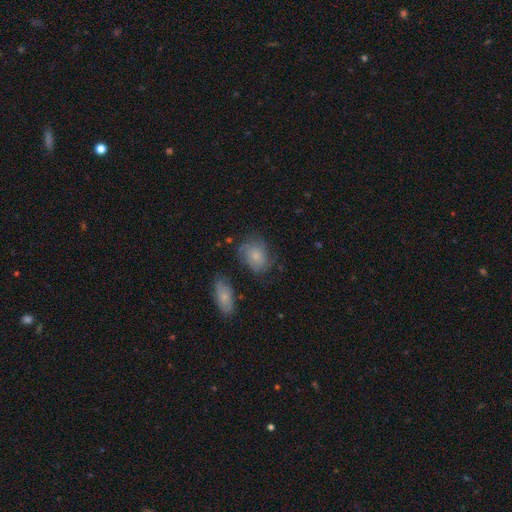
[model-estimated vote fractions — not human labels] Smooth or featured?
  - smooth: 51% *
  - featured or disk: 39%
  - star or artifact: 9%
How rounded?
  - in between: 62% *
  - round: 37%
  - cigar-shaped: 2%
Merging?
  - none: 59% *
  - minor disturbance: 24%
  - major disturbance: 13%
  - merger: 5%